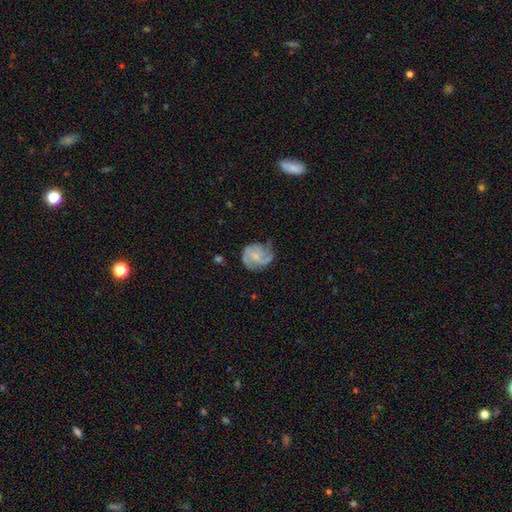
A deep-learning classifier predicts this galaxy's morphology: This appears to be a featured or disk galaxy (75%) with no bar (58%), 2 (36%, tied with 3) medium (48%) spiral arms (93%) and a small central bulge (55%). Merging: none (58%).